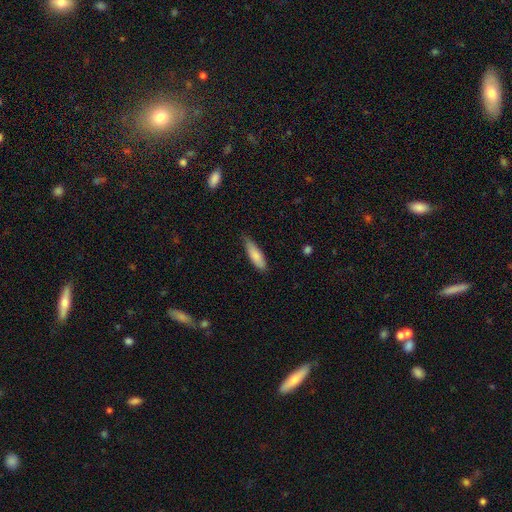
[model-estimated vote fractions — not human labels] Smooth or featured?
  - smooth: 83% *
  - featured or disk: 11%
  - star or artifact: 6%
How rounded?
  - cigar-shaped: 55% *
  - in between: 44%
  - round: 2%
Merging?
  - none: 68% *
  - minor disturbance: 27%
  - major disturbance: 4%
  - merger: 1%